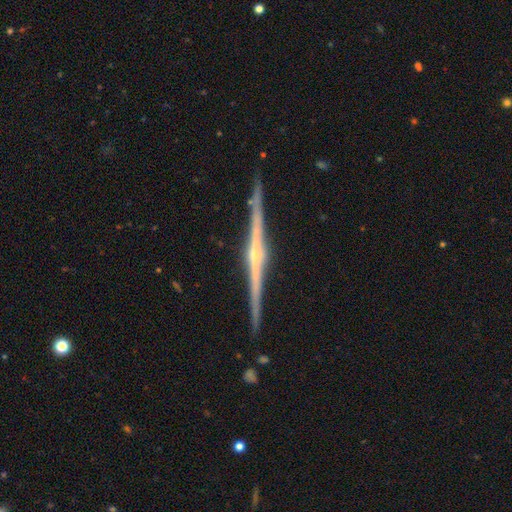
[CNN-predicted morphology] smooth_or_featured: featured or disk (p=0.88) [alt: smooth p=0.07]
disk_edge_on: yes (p=0.99) [alt: no p=0.01]
edge_on_bulge: rounded (p=0.73) [alt: none p=0.17]
merging: none (p=0.90) [alt: minor disturbance p=0.07]